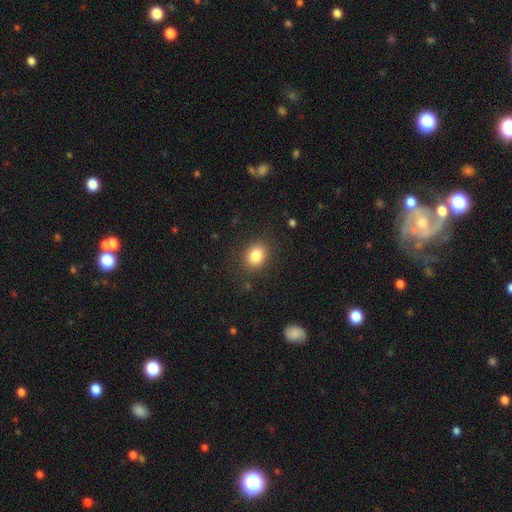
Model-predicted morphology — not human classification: smooth-or-featured: smooth: 83% | star or artifact: 10% | featured or disk: 7%
  how-rounded: round: 53% | in between: 46% | cigar-shaped: 1%
  merging: none: 86% | minor disturbance: 9% | major disturbance: 4% | merger: 1%